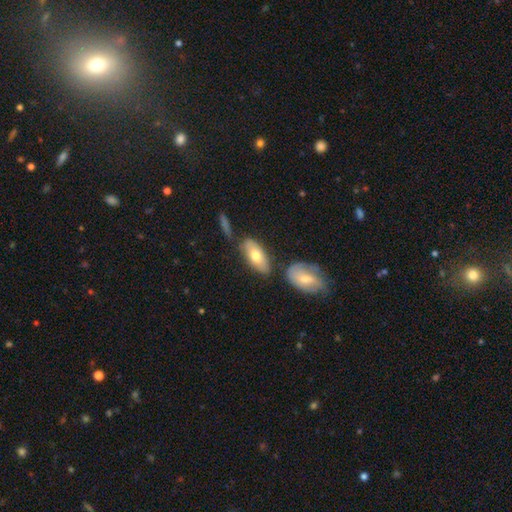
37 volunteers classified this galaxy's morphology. Smooth or featured? 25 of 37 (68%) said smooth. How rounded? 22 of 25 (88%) said in between. Merging? 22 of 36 (61%) said none.